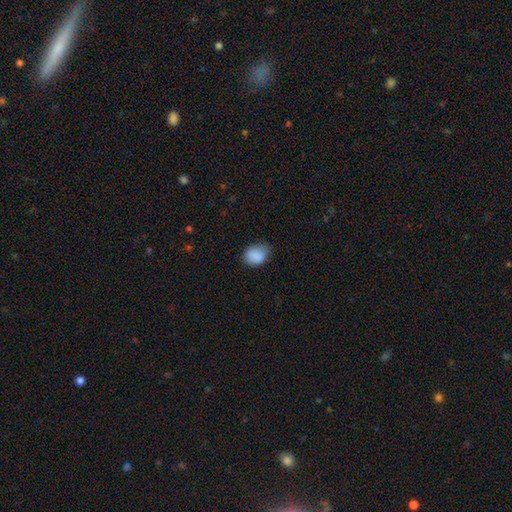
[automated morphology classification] This appears to be a smooth galaxy with no disk features (87%) that is in between round and cigar-shaped (58%). Merging: none (61%).